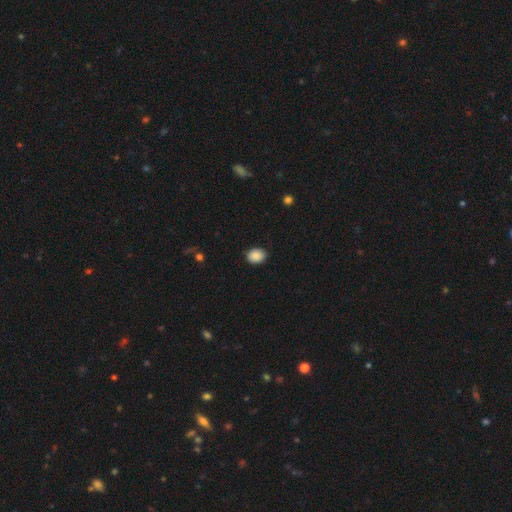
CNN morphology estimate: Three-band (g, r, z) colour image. It shows a smooth galaxy with no disk features (88%) that is in between round and cigar-shaped (55%). Merging: none (86%).